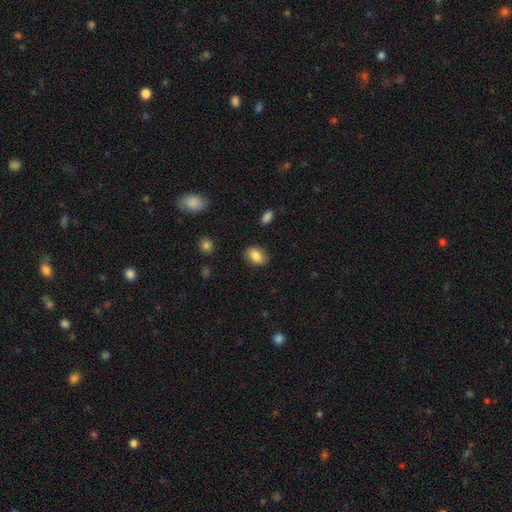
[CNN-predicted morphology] Overall: smooth (85%). How rounded: in between (82%). Merging: none (86%).